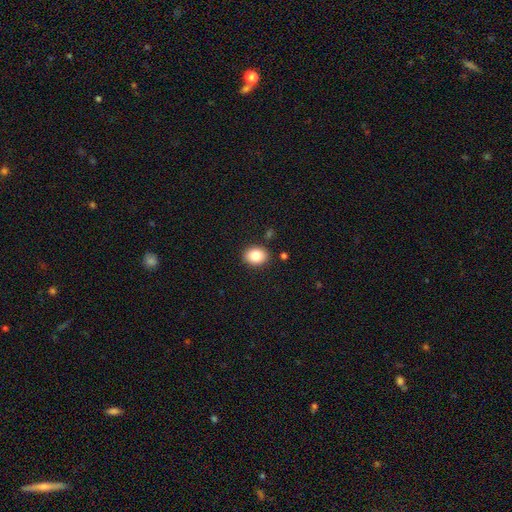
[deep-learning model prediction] Smooth or featured: smooth — 84% (star or artifact — 9%)
How rounded: in between — 51% (round — 48%)
Merging: none — 88% (minor disturbance — 8%)